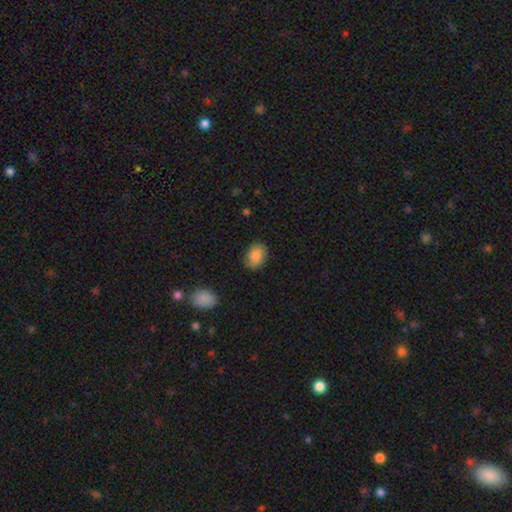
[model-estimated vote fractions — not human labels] smooth 87%, star or artifact 7%, featured or disk 6%. Down the decision tree: how rounded — in between (70%); merging — none (83%).